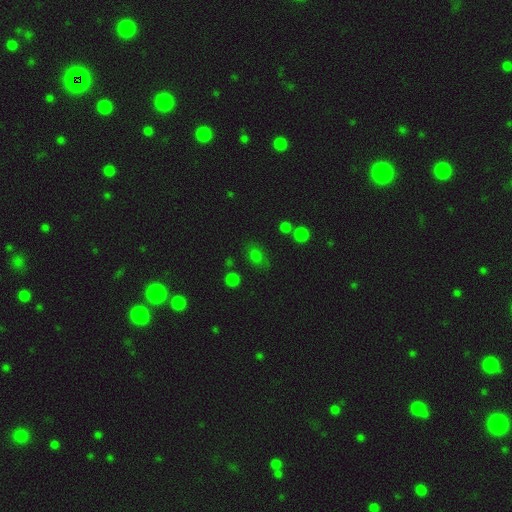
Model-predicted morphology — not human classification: Smooth or featured? Predicted: smooth (p=0.73). How rounded? Predicted: in between (p=0.59). Merging? Predicted: none (p=0.71).